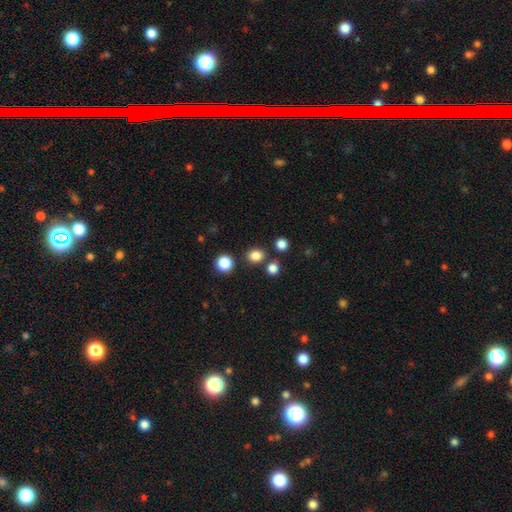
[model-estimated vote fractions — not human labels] This is clearly a smooth galaxy (82%). How rounded: likely round (69%). Merging: clearly none (81%).